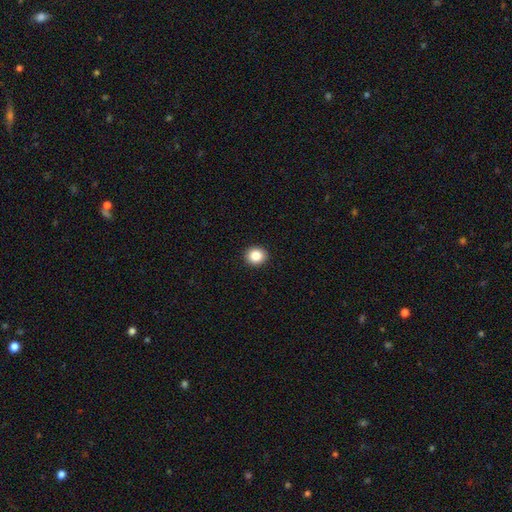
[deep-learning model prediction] Smooth or featured: smooth — 86% (star or artifact — 10%)
How rounded: round — 84% (in between — 15%)
Merging: none — 93% (minor disturbance — 5%)